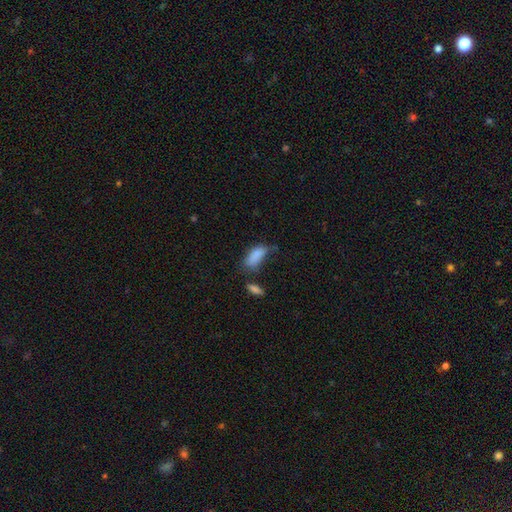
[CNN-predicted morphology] Smooth or featured? smooth (83%)
How rounded? in between (84%)
Merging? none (35%)